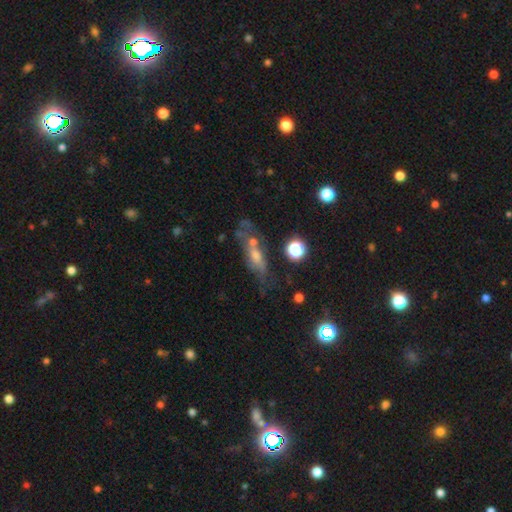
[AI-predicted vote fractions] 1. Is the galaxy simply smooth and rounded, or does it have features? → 43% smooth, 40% featured or disk, 17% star or artifact.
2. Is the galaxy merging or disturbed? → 42% none, 22% minor disturbance, 19% major disturbance, 17% merger.